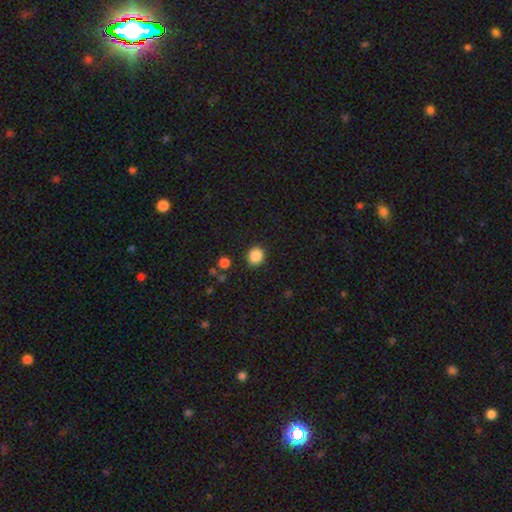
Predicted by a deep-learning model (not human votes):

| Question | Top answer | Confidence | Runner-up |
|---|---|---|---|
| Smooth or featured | smooth | 87% | star or artifact (10%) |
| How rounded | round | 79% | in between (20%) |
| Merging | none | 89% | minor disturbance (7%) |